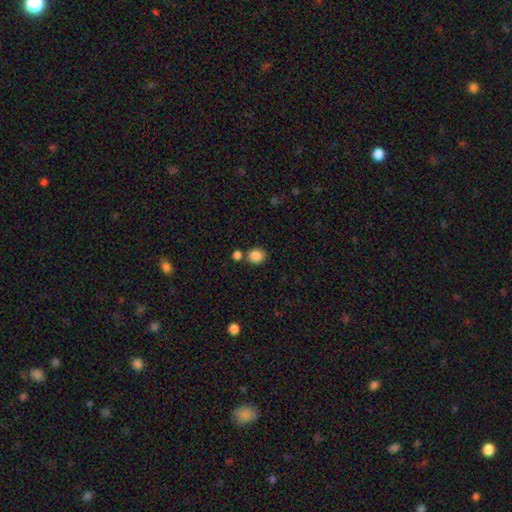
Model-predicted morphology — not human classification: Smooth or featured? Predicted: smooth (p=0.86). How rounded? Predicted: round (p=0.77). Merging? Predicted: none (p=0.71).